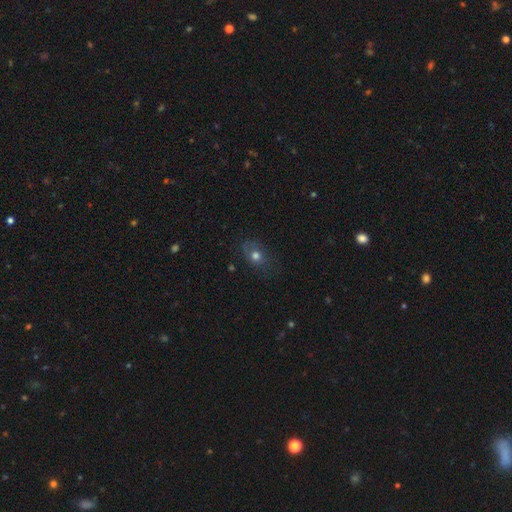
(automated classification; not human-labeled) Smooth or featured? smooth (70%)
How rounded? in between (54%)
Merging? none (63%)